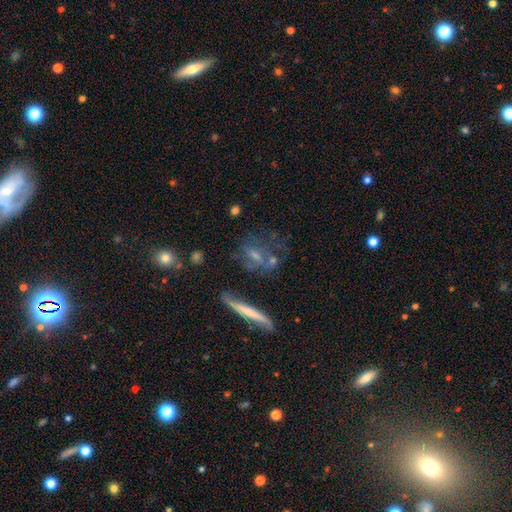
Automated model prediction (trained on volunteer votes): Smooth or featured? Predicted: featured or disk (p=0.52). Edge-on disk? Predicted: no (p=0.77). Merging? Predicted: none (p=0.48).